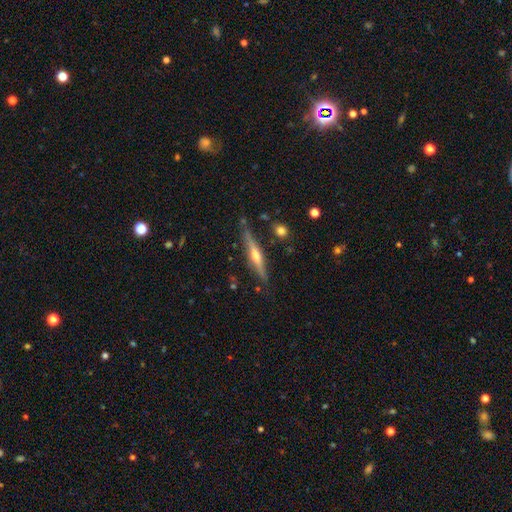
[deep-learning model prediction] Morphology: type=featured or disk (73%); edge-on=yes (97%); edge-on bulge=rounded (89%); merging=none (83%).